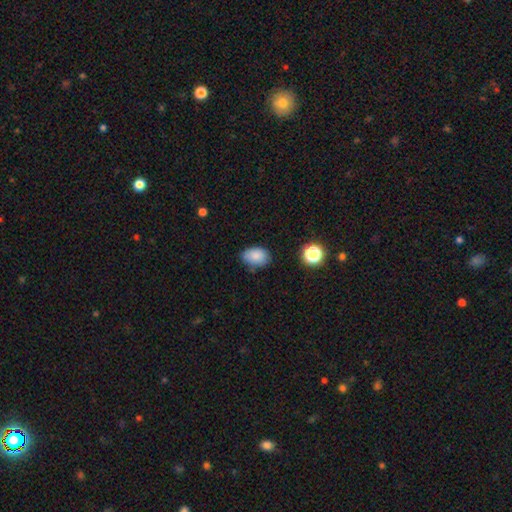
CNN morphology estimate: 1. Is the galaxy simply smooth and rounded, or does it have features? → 85% smooth, 9% star or artifact, 5% featured or disk.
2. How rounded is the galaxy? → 85% in between, 14% round, 1% cigar-shaped.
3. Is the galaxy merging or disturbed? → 75% none, 19% minor disturbance, 4% major disturbance, 3% merger.